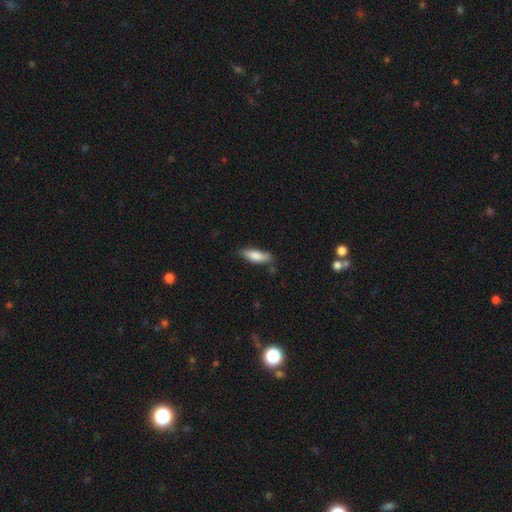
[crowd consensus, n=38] Smooth or featured?
  - smooth: 66% *
  - featured or disk: 24%
  - star or artifact: 11%
How rounded?
  - in between: 68% *
  - cigar-shaped: 32%
  - round: 0%
Merging?
  - none: 53% *
  - minor disturbance: 24%
  - major disturbance: 15%
  - merger: 9%